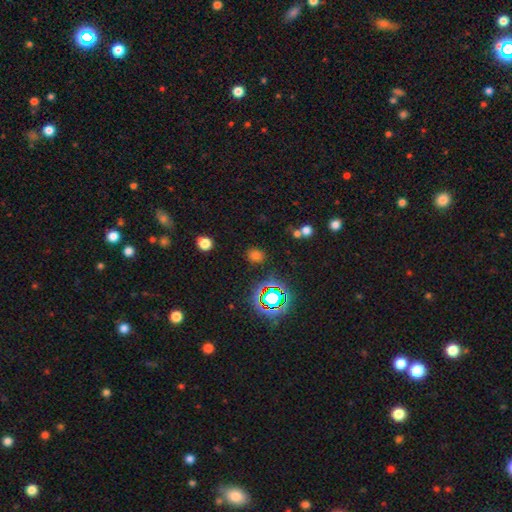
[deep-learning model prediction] The model was most divided on "how rounded": round: 65%, in between: 33%, cigar-shaped: 2%. More confident: merging — none (82%); smooth or featured — smooth (65%).